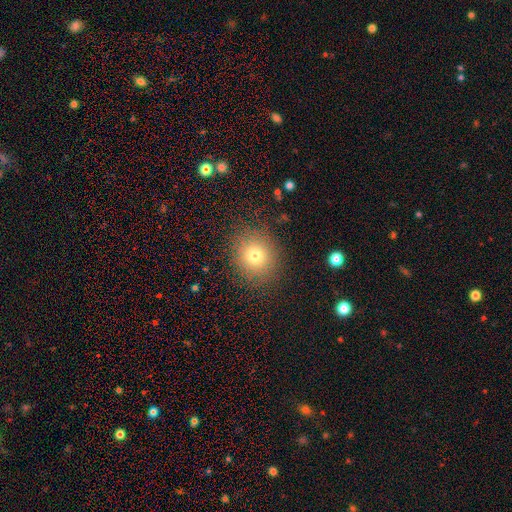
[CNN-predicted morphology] Smooth or featured?
  - smooth: 75% *
  - star or artifact: 15%
  - featured or disk: 10%
How rounded?
  - round: 81% *
  - in between: 18%
  - cigar-shaped: 1%
Merging?
  - none: 88% *
  - minor disturbance: 7%
  - major disturbance: 3%
  - merger: 1%